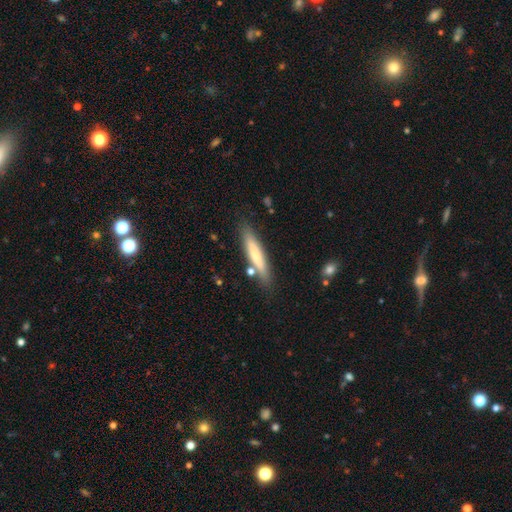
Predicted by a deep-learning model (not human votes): smooth-or-featured: smooth: 66% | featured or disk: 28% | star or artifact: 6%
  how-rounded: cigar-shaped: 89% | in between: 10% | round: 1%
  merging: none: 80% | minor disturbance: 12% | merger: 5% | major disturbance: 3%